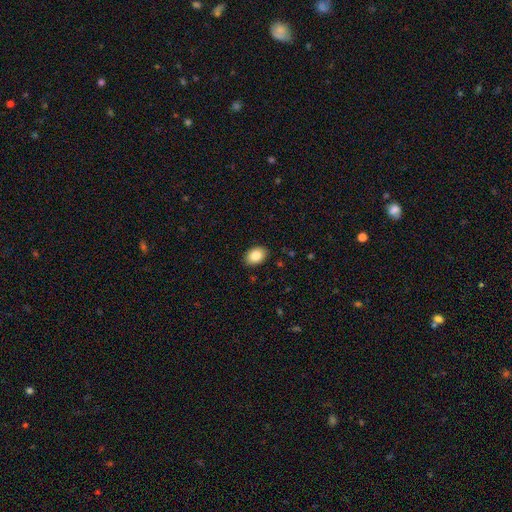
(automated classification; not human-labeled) Overall: smooth (87%). How rounded: in between (77%). Merging: none (88%).